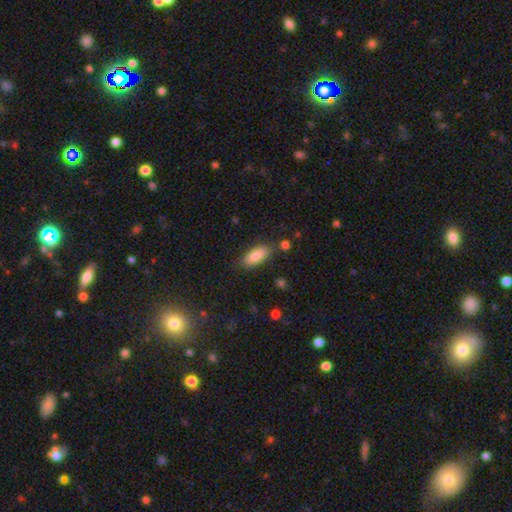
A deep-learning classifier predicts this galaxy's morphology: smooth 86%, featured or disk 8%, star or artifact 7%. Down the decision tree: how rounded — in between (82%); merging — none (80%).